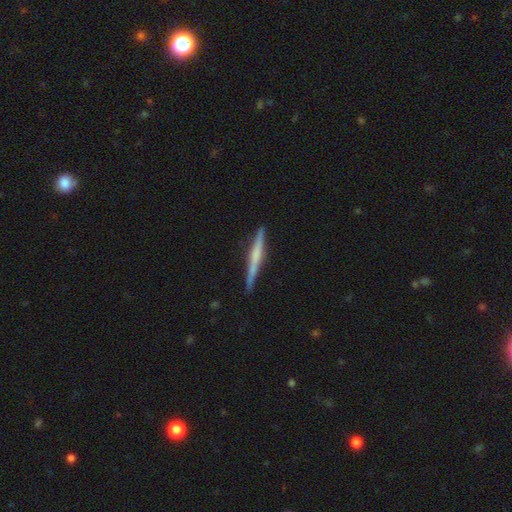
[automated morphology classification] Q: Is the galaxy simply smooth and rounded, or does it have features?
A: featured or disk — 63%.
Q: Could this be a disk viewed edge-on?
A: yes — 98%.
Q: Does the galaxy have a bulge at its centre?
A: none — 41%.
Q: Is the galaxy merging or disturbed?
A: none — 88%.